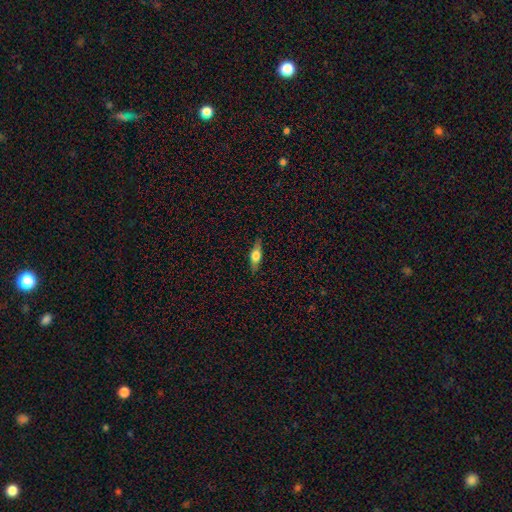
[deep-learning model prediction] This appears to be a smooth galaxy with no disk features (49%). Merging: none (86%).